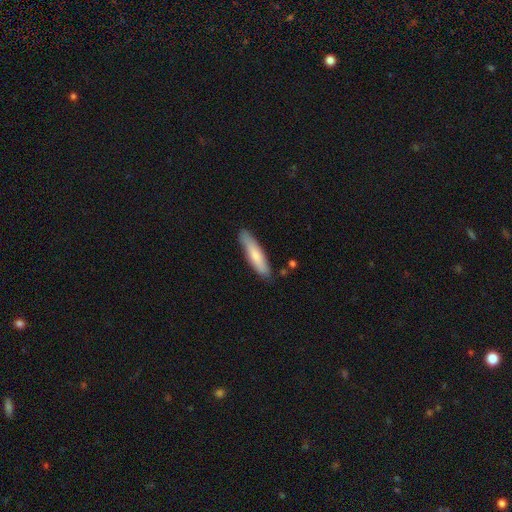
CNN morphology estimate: A smooth galaxy with no disk features (74%) that is cigar-shaped (77%).

Vote fractions:
- Smooth or featured? smooth: 74% / featured or disk: 21% / star or artifact: 5%
- How rounded? cigar-shaped: 77% / in between: 22% / round: 1%
- Merging? none: 83% / minor disturbance: 13% / major disturbance: 2% / merger: 2%